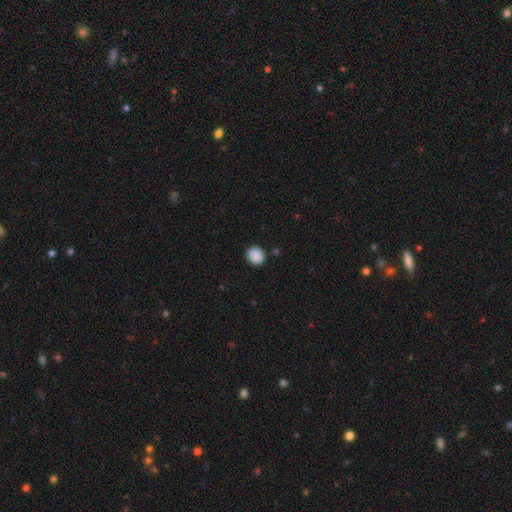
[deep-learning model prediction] smooth 89%, star or artifact 8%, featured or disk 3%. Down the decision tree: how rounded — round (72%); merging — none (86%).